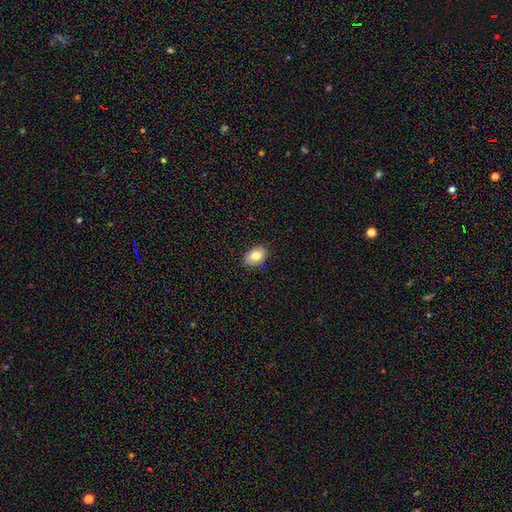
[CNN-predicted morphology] smooth 81%, featured or disk 11%, star or artifact 8%. Down the decision tree: how rounded — in between (88%); merging — none (88%).